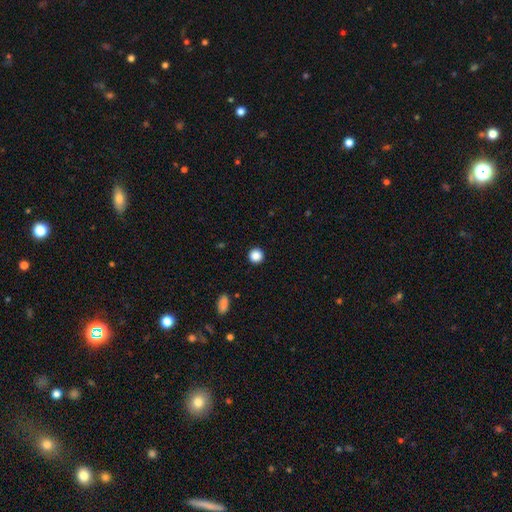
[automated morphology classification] This is clearly a smooth galaxy (88%). How rounded: clearly round (95%). Merging: clearly none (93%).